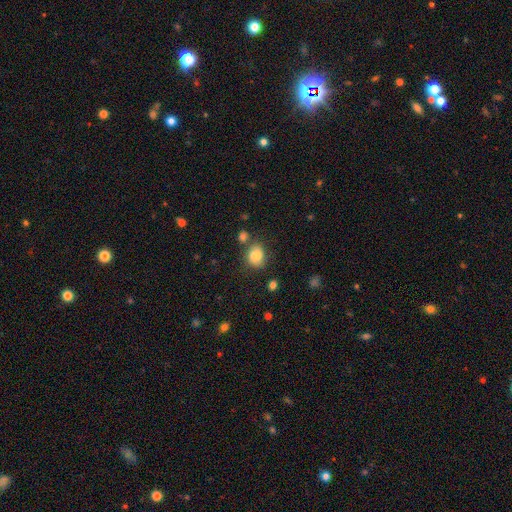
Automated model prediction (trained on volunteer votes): Smooth or featured? Predicted: smooth (p=0.73). How rounded? Predicted: in between (p=0.50). Merging? Predicted: none (p=0.43).